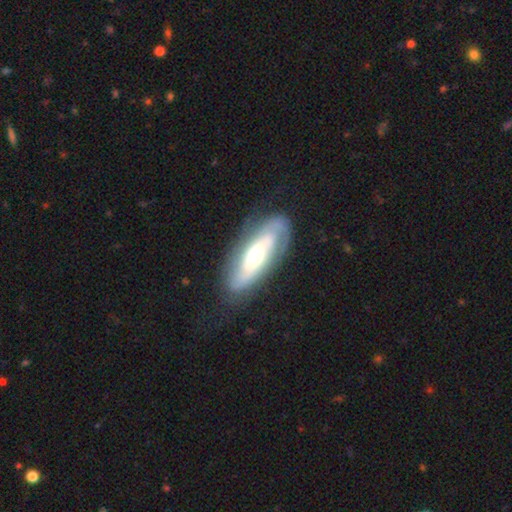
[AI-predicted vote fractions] Smooth or featured?
  - featured or disk: 71% *
  - smooth: 24%
  - star or artifact: 5%
Edge-on disk?
  - no: 83% *
  - yes: 17%
Bar?
  - no: 51% *
  - weak: 26%
  - strong: 23%
Spiral arms?
  - yes: 79% *
  - no: 21%
Bulge size?
  - moderate: 66% *
  - large: 17%
  - small: 14%
  - dominant: 2%
  - none: 1%
Merging?
  - none: 75% *
  - minor disturbance: 17%
  - major disturbance: 7%
  - merger: 2%